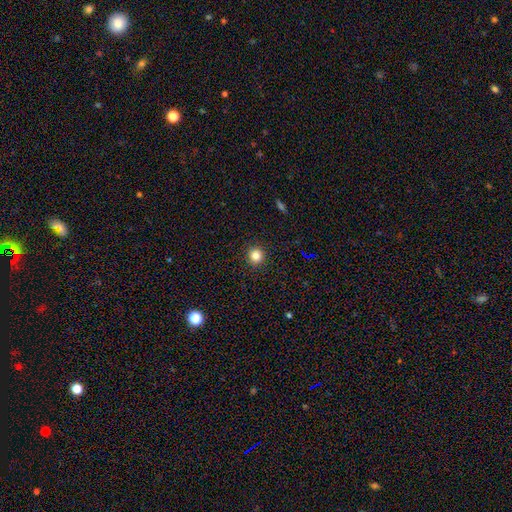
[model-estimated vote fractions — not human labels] Q: Smooth or featured?
A: smooth (83%); runner-up: star or artifact (13%)
Q: How rounded?
A: round (94%); runner-up: in between (5%)
Q: Merging?
A: none (92%); runner-up: minor disturbance (5%)